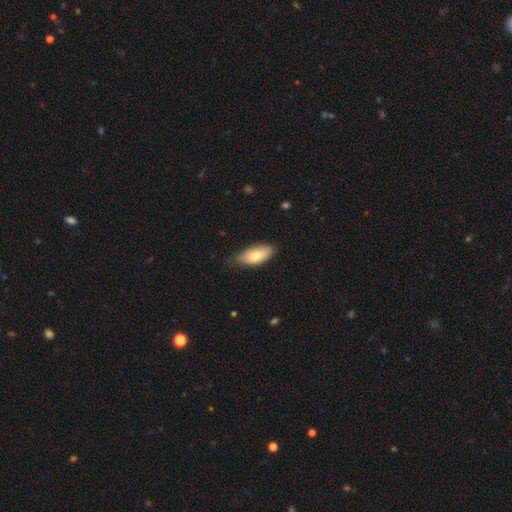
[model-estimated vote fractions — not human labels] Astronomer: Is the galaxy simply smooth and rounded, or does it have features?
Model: smooth — 75%.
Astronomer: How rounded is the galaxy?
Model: in between — 90%.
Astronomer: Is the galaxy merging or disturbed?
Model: none — 66%.